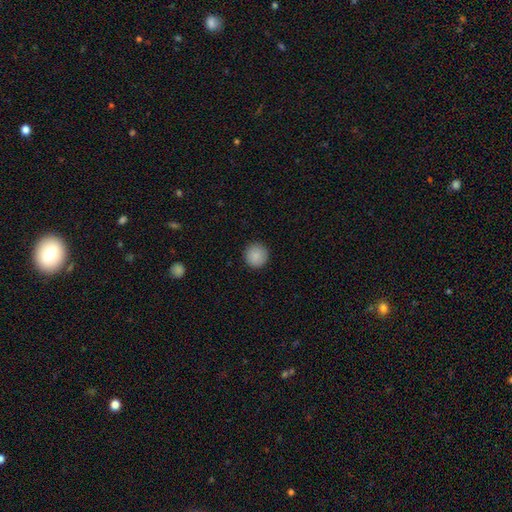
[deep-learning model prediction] Morphology: type=smooth (89%); roundness=round (95%); merging=none (92%).